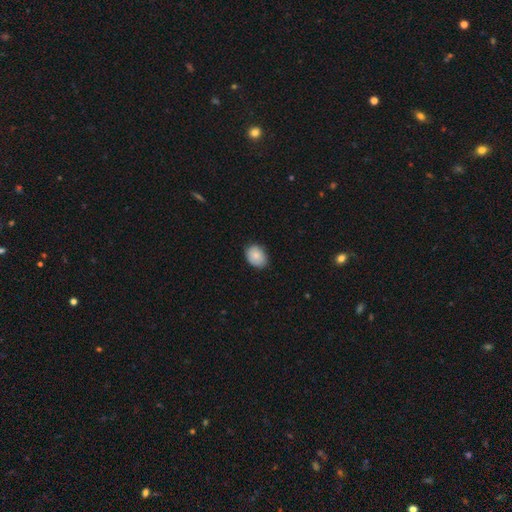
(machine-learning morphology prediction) smooth-or-featured: smooth: 85% | featured or disk: 8% | star or artifact: 7%
  how-rounded: in between: 69% | round: 30% | cigar-shaped: 1%
  merging: none: 81% | minor disturbance: 15% | major disturbance: 2% | merger: 1%